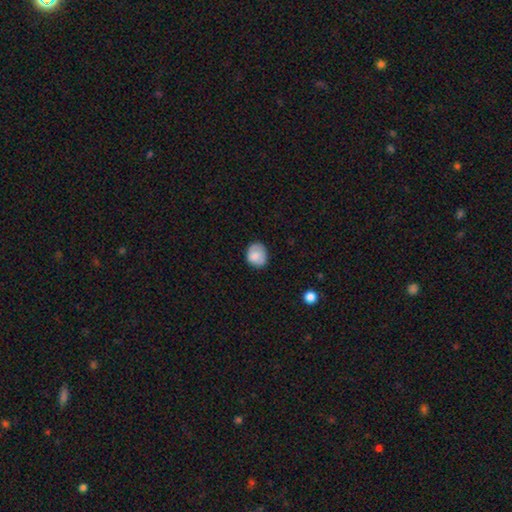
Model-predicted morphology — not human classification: This is clearly a smooth galaxy (81%). How rounded: likely round (61%). Merging: likely none (70%).